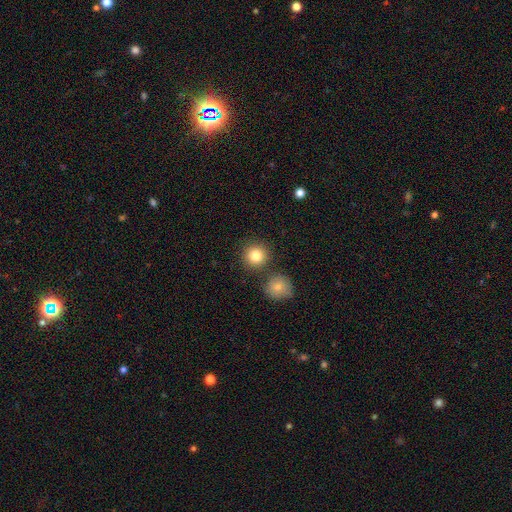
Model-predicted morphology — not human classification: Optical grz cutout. It shows a smooth galaxy with no disk features (83%) that is round (93%). Merging: none (80%).